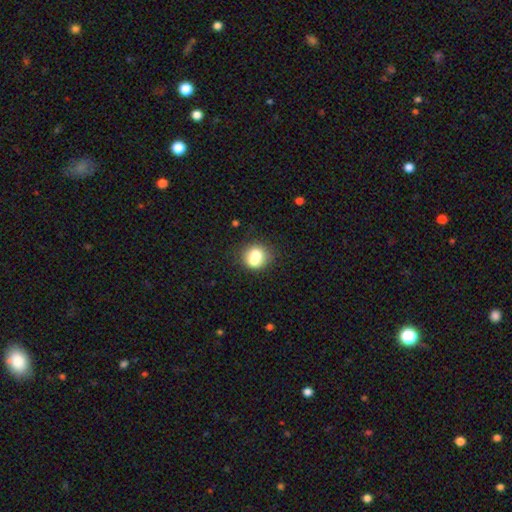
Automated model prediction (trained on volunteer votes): A smooth galaxy with no disk features (70%) that is round (82%).

Vote fractions:
- Smooth or featured? smooth: 70% / featured or disk: 19% / star or artifact: 10%
- How rounded? round: 82% / in between: 18% / cigar-shaped: 1%
- Merging? none: 47% / merger: 37% / minor disturbance: 12% / major disturbance: 4%